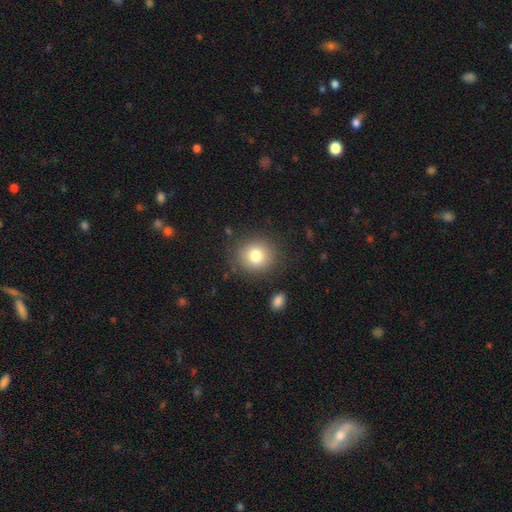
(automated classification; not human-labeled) The model was most divided on "smooth or featured": smooth: 79%, star or artifact: 11%, featured or disk: 10%. More confident: merging — none (85%); how rounded — round (84%).